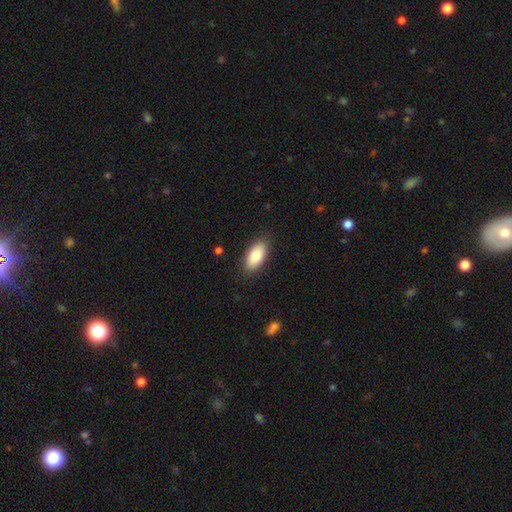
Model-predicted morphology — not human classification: smooth-or-featured: smooth: 85% | featured or disk: 9% | star or artifact: 6%
  how-rounded: in between: 92% | cigar-shaped: 6% | round: 3%
  merging: none: 87% | minor disturbance: 10% | major disturbance: 2% | merger: 1%